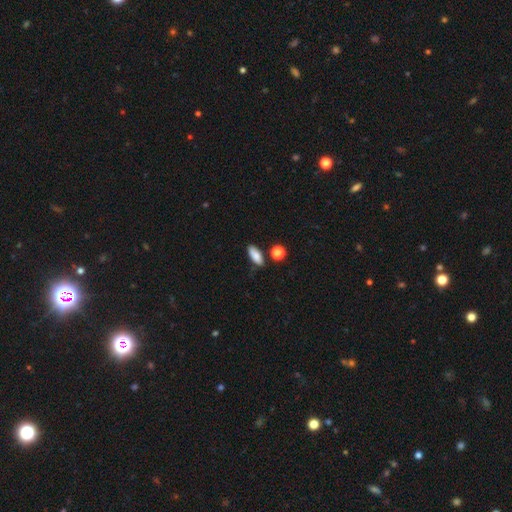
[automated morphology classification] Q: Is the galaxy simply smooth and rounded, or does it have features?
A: smooth — 84%.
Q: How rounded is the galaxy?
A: in between — 76%.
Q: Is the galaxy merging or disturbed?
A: none — 76%.